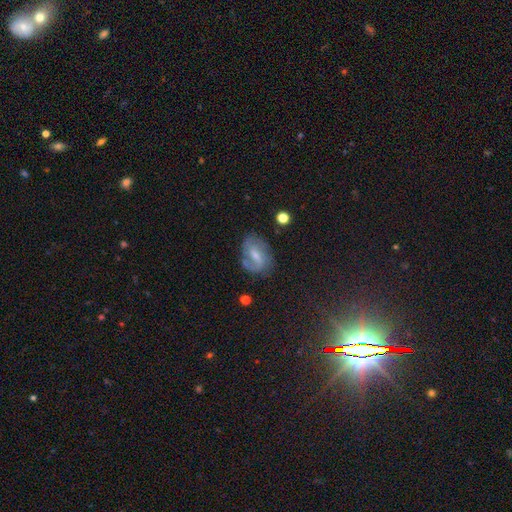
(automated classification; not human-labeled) A featured or disk galaxy (62%) with a weak bar (53%), spiral arms (80%) and a small central bulge (44%).

Vote fractions:
- Smooth or featured? featured or disk: 62% / smooth: 28% / star or artifact: 9%
- Edge-on disk? no: 96% / yes: 4%
- Bar? weak: 53% / no: 26% / strong: 22%
- Spiral arms? yes: 80% / no: 20%
- Bulge size? small: 44% / moderate: 43% / none: 9% / large: 3% / dominant: 1%
- Merging? none: 61% / minor disturbance: 23% / major disturbance: 12% / merger: 3%